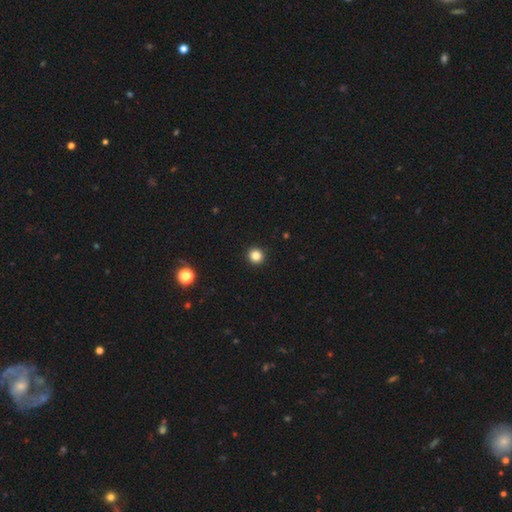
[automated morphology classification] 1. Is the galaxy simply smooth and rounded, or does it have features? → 84% smooth, 12% star or artifact, 4% featured or disk.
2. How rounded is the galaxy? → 93% round, 6% in between, 1% cigar-shaped.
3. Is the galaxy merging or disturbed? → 94% none, 4% minor disturbance, 1% major disturbance, 1% merger.